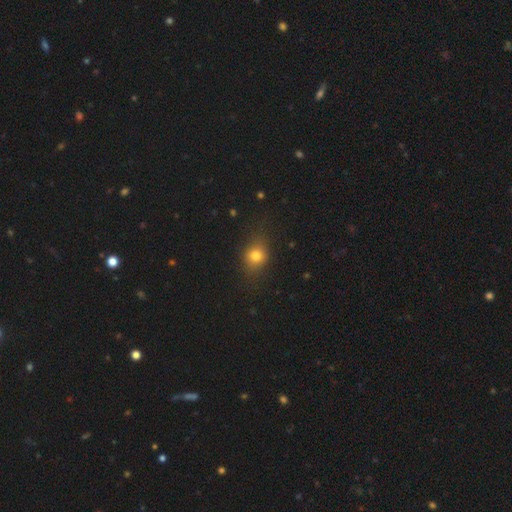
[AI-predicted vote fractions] A smooth galaxy with no disk features (76%) that is round (67%).

Vote fractions:
- Smooth or featured? smooth: 76% / star or artifact: 14% / featured or disk: 10%
- How rounded? round: 67% / in between: 32% / cigar-shaped: 2%
- Merging? none: 78% / minor disturbance: 16% / major disturbance: 6% / merger: 1%